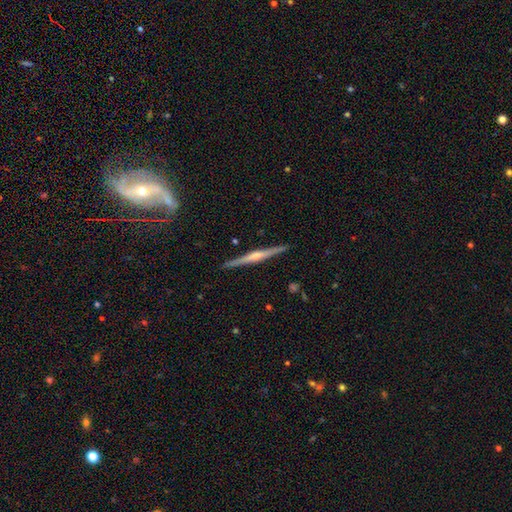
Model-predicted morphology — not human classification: This is clearly a featured or disk galaxy (82%). It is clearly viewed edge-on (90%). Edge-on bulge: likely rounded (77%). Merging: likely none (80%).